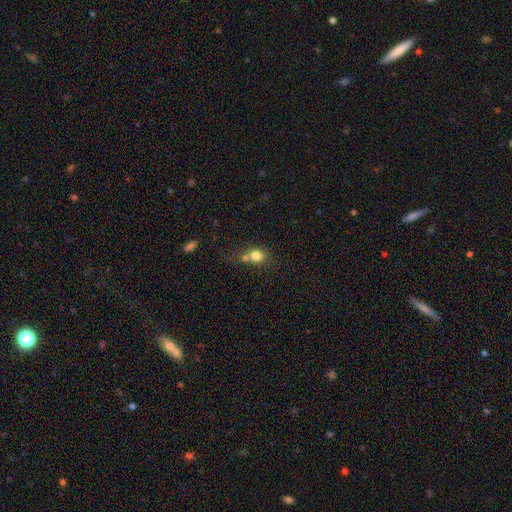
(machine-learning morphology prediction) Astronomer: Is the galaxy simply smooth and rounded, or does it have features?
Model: smooth — 78%.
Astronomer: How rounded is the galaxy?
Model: round — 69%.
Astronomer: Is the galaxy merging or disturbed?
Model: merger — 42% (runner-up: none, 40%).